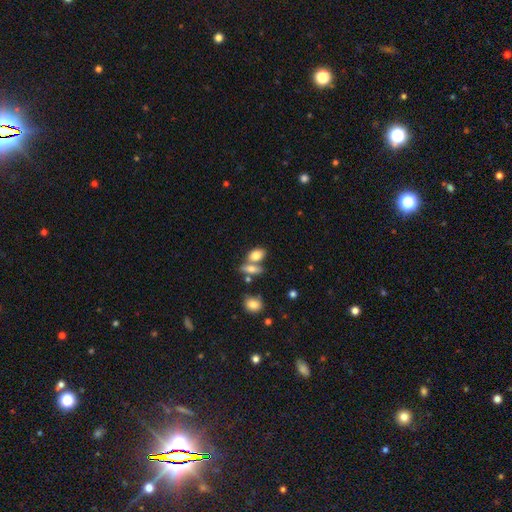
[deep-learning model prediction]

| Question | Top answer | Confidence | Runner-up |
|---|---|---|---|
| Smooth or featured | smooth | 79% | featured or disk (13%) |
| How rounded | in between | 82% | round (12%) |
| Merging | none | 46% | merger (39%) |